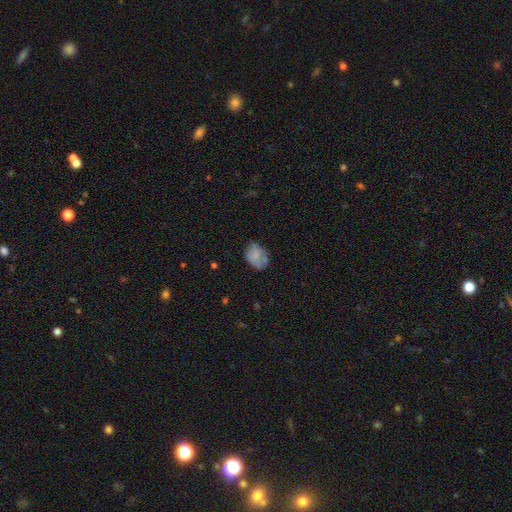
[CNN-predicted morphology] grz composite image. It shows a smooth galaxy with no disk features (65%) that is in between round and cigar-shaped (68%). Merging: none (53%).